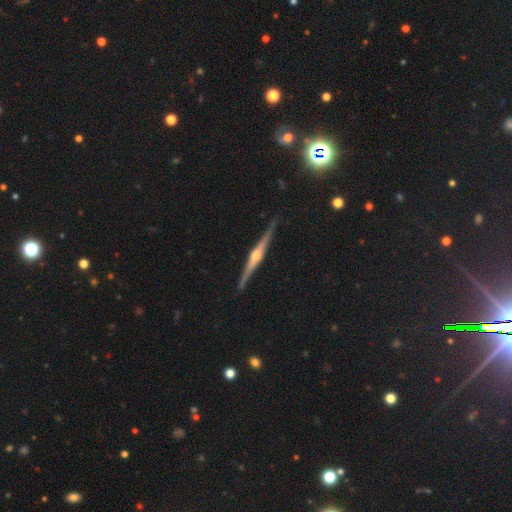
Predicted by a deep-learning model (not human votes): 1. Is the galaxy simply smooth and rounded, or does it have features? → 85% featured or disk, 10% smooth, 5% star or artifact.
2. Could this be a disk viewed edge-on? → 98% yes, 2% no.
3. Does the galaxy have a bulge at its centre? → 90% rounded, 6% boxy, 4% none.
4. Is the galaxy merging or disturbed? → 89% none, 9% minor disturbance, 2% major disturbance, 1% merger.